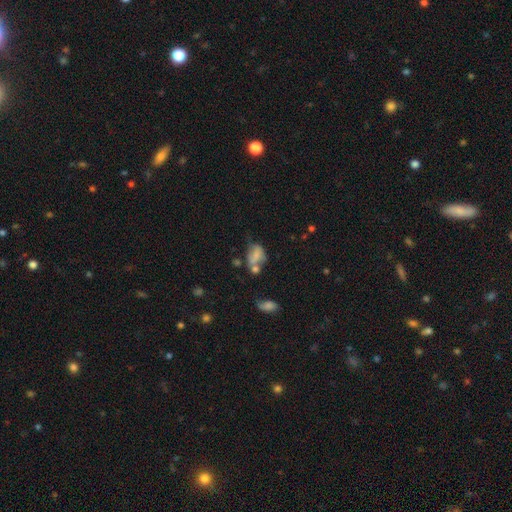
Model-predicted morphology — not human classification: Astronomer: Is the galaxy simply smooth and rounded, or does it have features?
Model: smooth — 63%.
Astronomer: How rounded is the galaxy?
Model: in between — 79%.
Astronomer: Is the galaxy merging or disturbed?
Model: merger — 31% (runner-up: none, 28%).